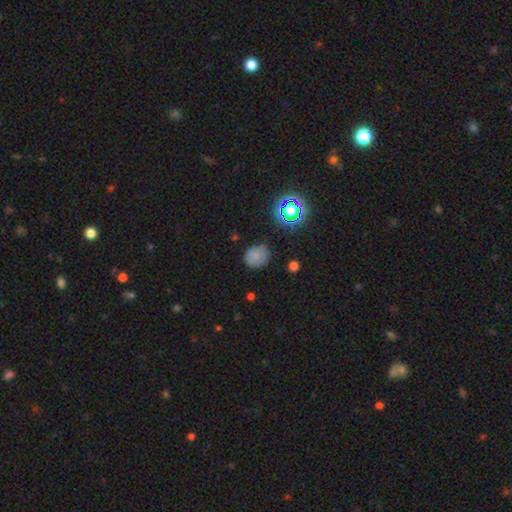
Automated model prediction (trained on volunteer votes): A smooth galaxy with no disk features (72%) that is round (75%).

Vote fractions:
- Smooth or featured? smooth: 72% / star or artifact: 17% / featured or disk: 11%
- How rounded? round: 75% / in between: 25% / cigar-shaped: 1%
- Merging? none: 71% / minor disturbance: 21% / major disturbance: 6% / merger: 2%